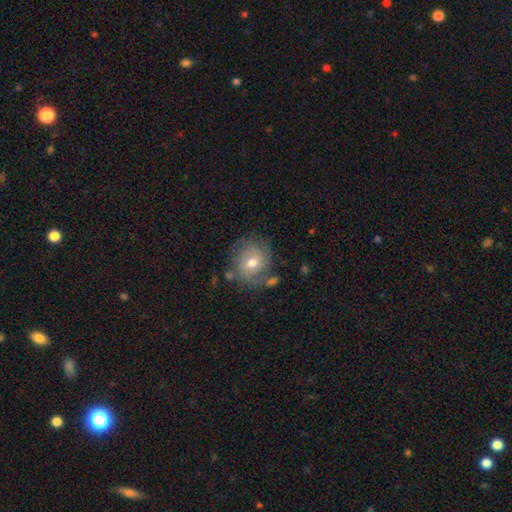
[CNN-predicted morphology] This is possibly a smooth galaxy (47%). Merging: likely none (68%).